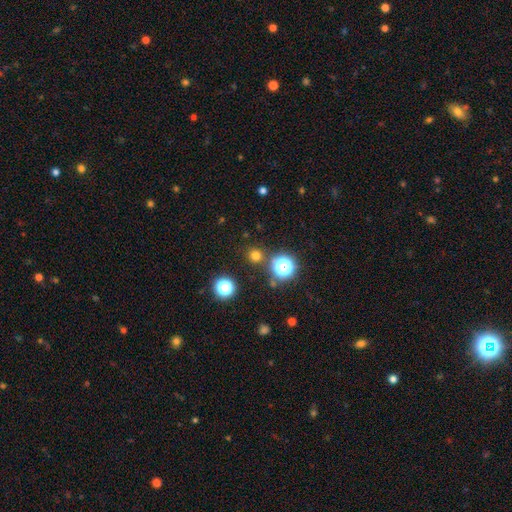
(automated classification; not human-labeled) This appears to be a smooth galaxy with no disk features (69%) that is round (93%). Merging: none (85%).